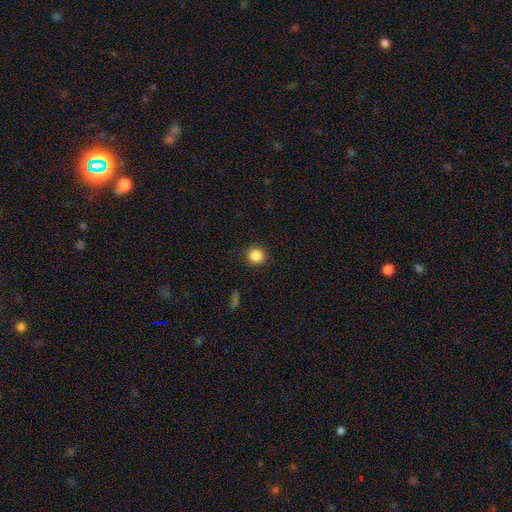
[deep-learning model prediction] The model was most divided on "smooth or featured": smooth: 86%, star or artifact: 10%, featured or disk: 4%. More confident: how rounded — round (92%); merging — none (91%).